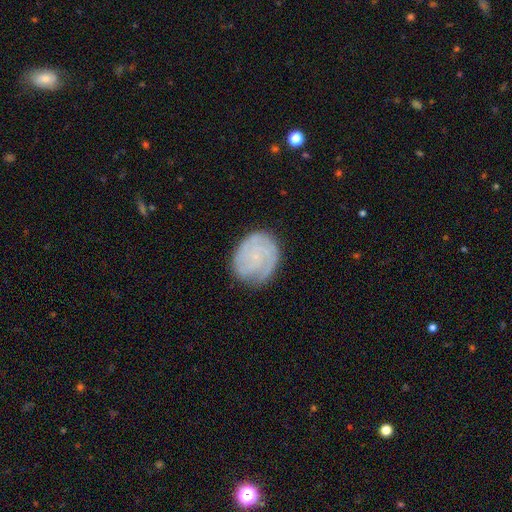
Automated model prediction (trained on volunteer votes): A featured or disk galaxy (71%) with no bar (77%), tight (71%) spiral arms (93%) and a small central bulge (75%).

Vote fractions:
- Smooth or featured? featured or disk: 71% / smooth: 23% / star or artifact: 7%
- Edge-on disk? no: 98% / yes: 2%
- Bar? no: 77% / weak: 20% / strong: 3%
- Spiral arms? yes: 93% / no: 7%
- Spiral winding? tight: 71% / medium: 23% / loose: 6%
- Spiral arm count? can't tell: 32% / 3: 24% / 2: 22% / 4: 8% / 1: 7% / more than 4: 6%
- Bulge size? small: 75% / none: 16% / moderate: 7% / large: 1% / dominant: 1%
- Merging? none: 77% / minor disturbance: 17% / major disturbance: 5% / merger: 1%